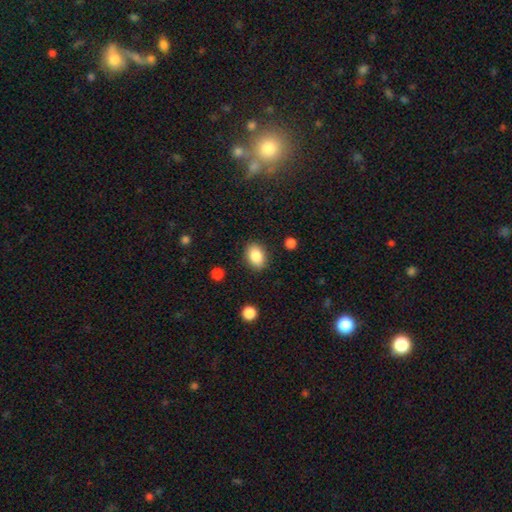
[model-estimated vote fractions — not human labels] Smooth or featured? Predicted: smooth (p=0.86). How rounded? Predicted: in between (p=0.77). Merging? Predicted: none (p=0.87).